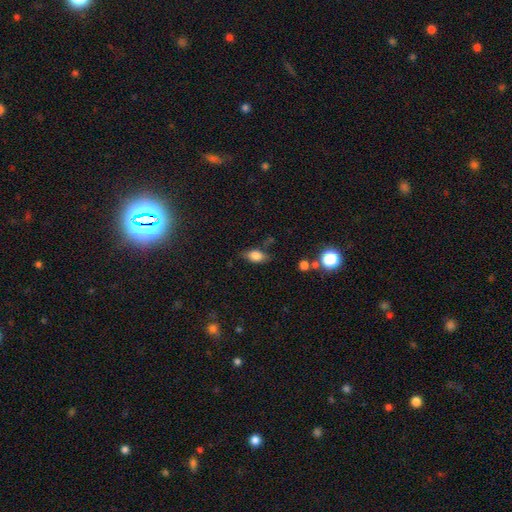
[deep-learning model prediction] smooth 75%, featured or disk 15%, star or artifact 10%. Down the decision tree: how rounded — in between (83%); merging — none (68%).